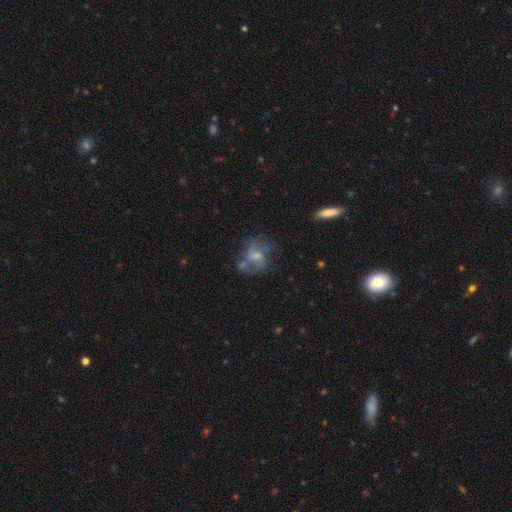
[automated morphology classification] Smooth or featured: featured or disk — 51% (smooth — 38%)
Edge-on disk: no — 97% (yes — 3%)
Merging: none — 37% (major disturbance — 22%)